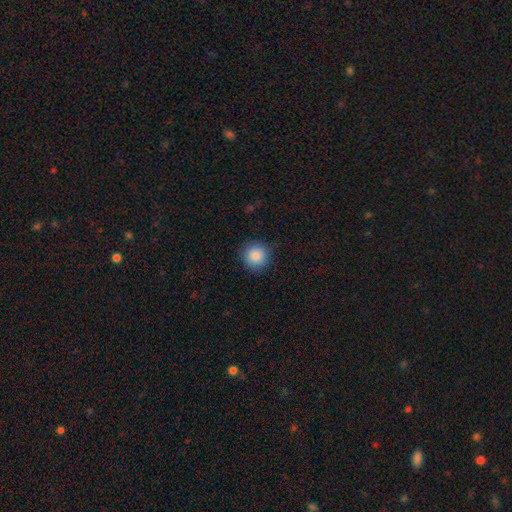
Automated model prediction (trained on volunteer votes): Overall: smooth (87%). How rounded: round (94%). Merging: none (89%).